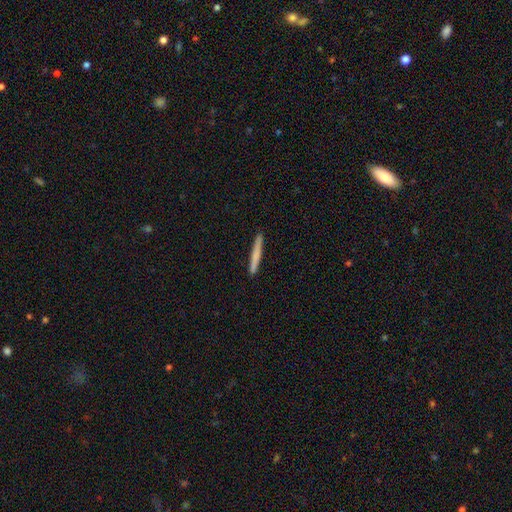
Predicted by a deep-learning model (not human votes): smooth 69%, featured or disk 26%, star or artifact 5%. Down the decision tree: how rounded — cigar-shaped (97%); merging — none (93%).